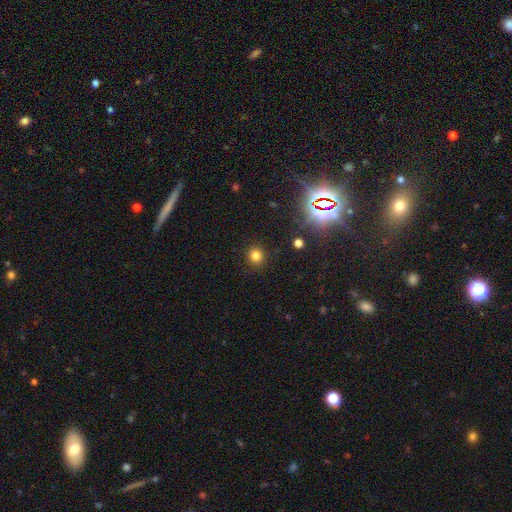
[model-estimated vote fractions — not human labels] smooth 78%, star or artifact 17%, featured or disk 5%. Down the decision tree: how rounded — round (90%); merging — none (90%).